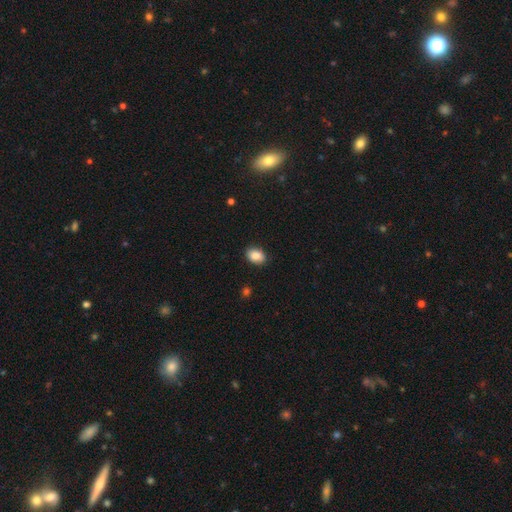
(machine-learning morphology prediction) smooth-or-featured: smooth: 87% | star or artifact: 8% | featured or disk: 5%
  how-rounded: in between: 77% | round: 22% | cigar-shaped: 1%
  merging: none: 87% | minor disturbance: 10% | major disturbance: 2% | merger: 1%